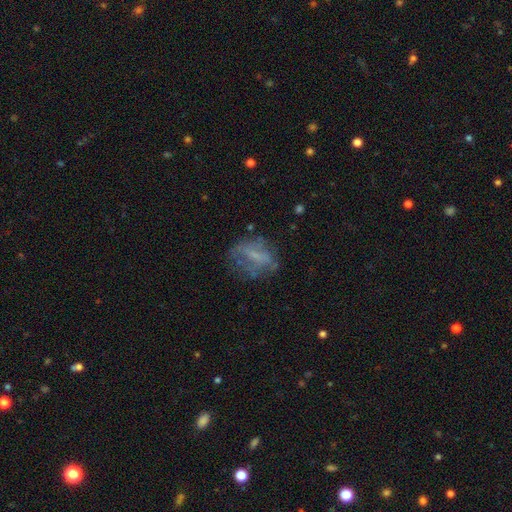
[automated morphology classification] Smooth or featured: featured or disk — 45% (smooth — 41%)
Merging: none — 51% (minor disturbance — 23%)